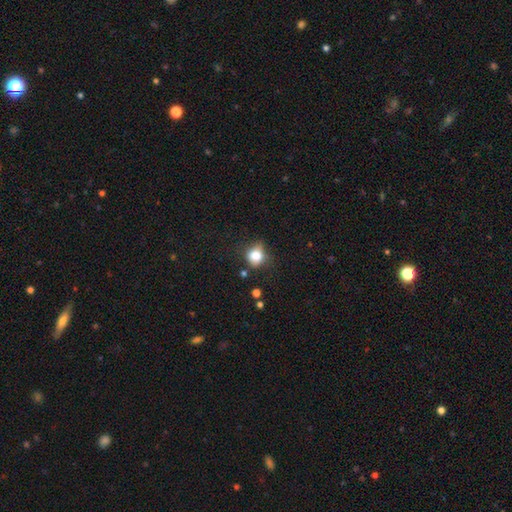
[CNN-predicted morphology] smooth_or_featured: smooth (p=0.81) [alt: star or artifact p=0.11]
how_rounded: round (p=0.67) [alt: in between p=0.32]
merging: none (p=0.57) [alt: minor disturbance p=0.29]